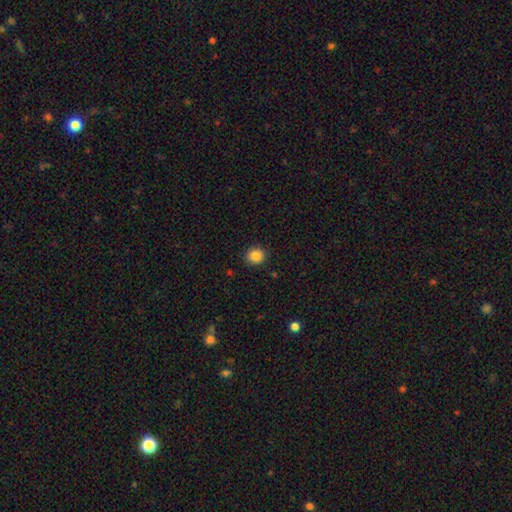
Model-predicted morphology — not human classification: Smooth or featured?
  - smooth: 86% *
  - star or artifact: 10%
  - featured or disk: 4%
How rounded?
  - round: 84% *
  - in between: 15%
  - cigar-shaped: 1%
Merging?
  - none: 90% *
  - minor disturbance: 7%
  - major disturbance: 2%
  - merger: 1%